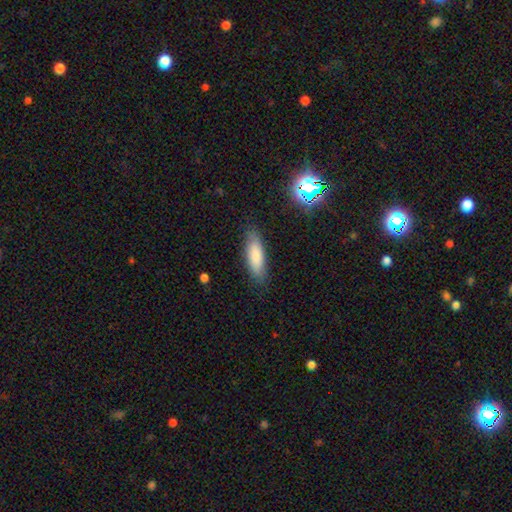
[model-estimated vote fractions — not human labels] smooth-or-featured: smooth: 81% | featured or disk: 12% | star or artifact: 7%
  how-rounded: in between: 59% | cigar-shaped: 39% | round: 2%
  merging: none: 82% | minor disturbance: 13% | major disturbance: 3% | merger: 1%